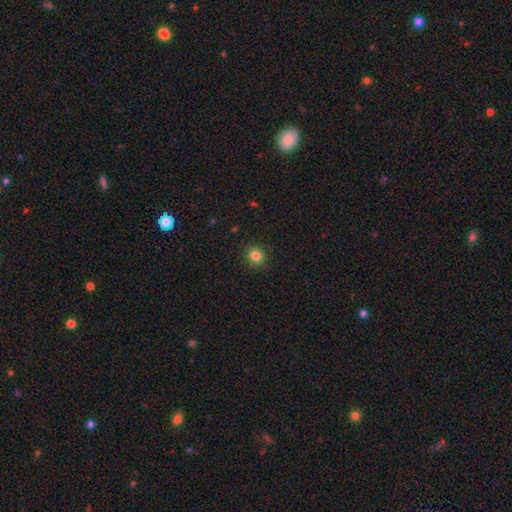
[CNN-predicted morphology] A smooth galaxy with no disk features (84%) that is round (90%). Merging: none (92%).